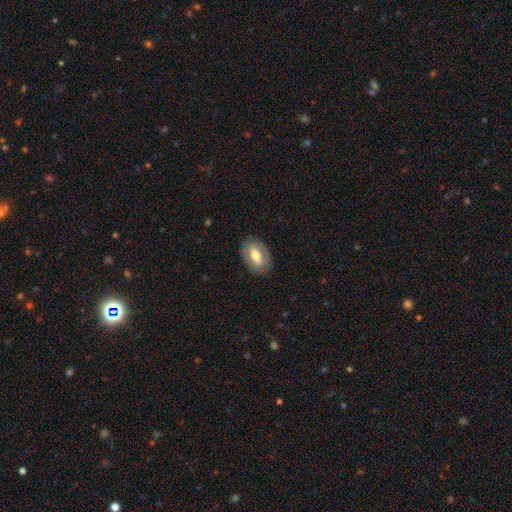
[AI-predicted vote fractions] This appears to be a smooth galaxy with no disk features (51%) that is in between round and cigar-shaped (87%). Merging: none (82%).